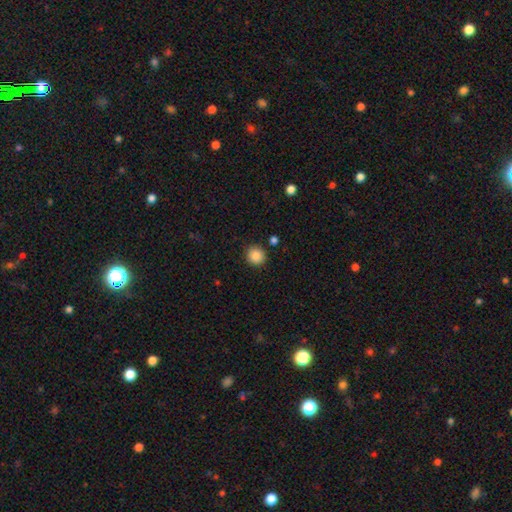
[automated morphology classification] This appears to be a smooth galaxy with no disk features (87%) that is round (93%). Merging: none (89%).